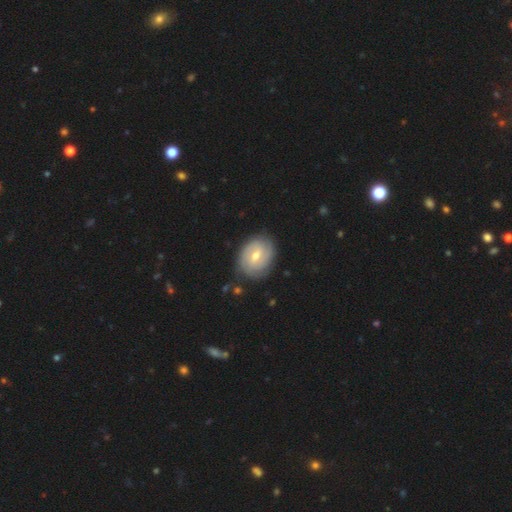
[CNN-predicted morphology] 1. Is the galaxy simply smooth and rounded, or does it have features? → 68% featured or disk, 25% smooth, 7% star or artifact.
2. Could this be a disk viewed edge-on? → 97% no, 3% yes.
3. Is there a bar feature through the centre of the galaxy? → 53% weak, 33% no, 14% strong.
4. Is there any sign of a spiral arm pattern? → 87% yes, 13% no.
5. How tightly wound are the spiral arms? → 66% tight, 26% medium, 9% loose.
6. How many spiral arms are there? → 43% 2, 32% can't tell, 13% 3, 5% 4, 4% 1, 3% more than 4.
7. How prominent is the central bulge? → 55% moderate, 42% small, 2% large, 1% none, 1% dominant.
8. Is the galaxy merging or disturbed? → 83% none, 13% minor disturbance, 3% major disturbance, 1% merger.